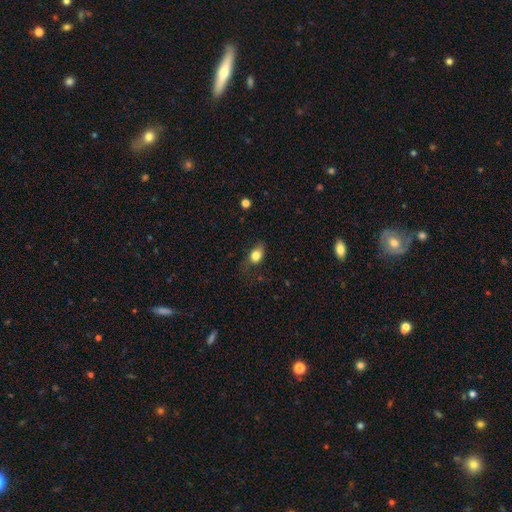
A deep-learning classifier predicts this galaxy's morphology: Smooth or featured: smooth — 81% (featured or disk — 10%)
How rounded: in between — 77% (round — 20%)
Merging: none — 62% (minor disturbance — 25%)